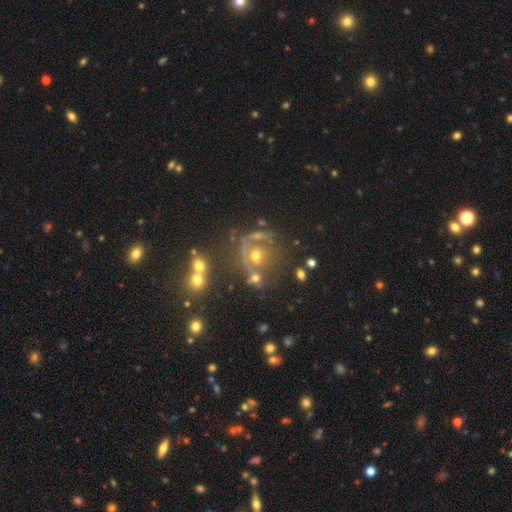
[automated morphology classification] The model was most divided on "smooth or featured": featured or disk: 42%, smooth: 33%, star or artifact: 25%. Remaining: merging — none (48%).